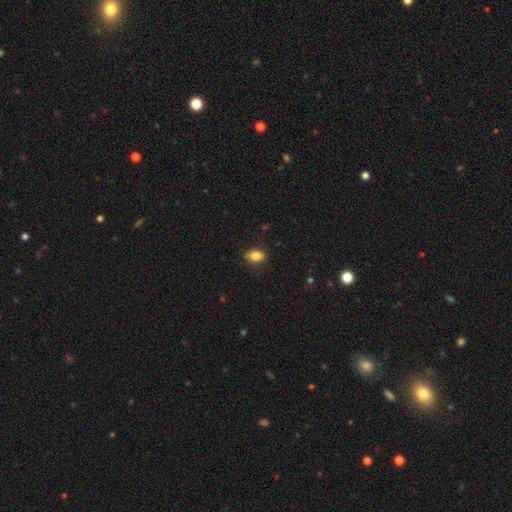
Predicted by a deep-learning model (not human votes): A smooth galaxy with no disk features (85%) that is in between round and cigar-shaped (83%).

Vote fractions:
- Smooth or featured? smooth: 85% / star or artifact: 9% / featured or disk: 6%
- How rounded? in between: 83% / round: 15% / cigar-shaped: 2%
- Merging? none: 83% / minor disturbance: 13% / major disturbance: 3% / merger: 1%